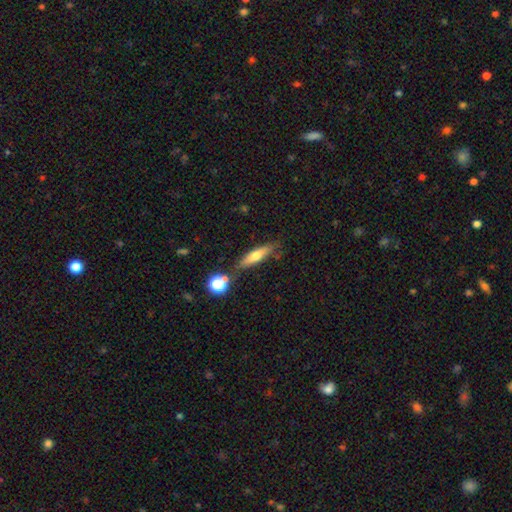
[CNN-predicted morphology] smooth_or_featured: smooth (p=0.57) [alt: featured or disk p=0.35]
how_rounded: cigar-shaped (p=0.69) [alt: in between p=0.28]
merging: none (p=0.72) [alt: minor disturbance p=0.16]